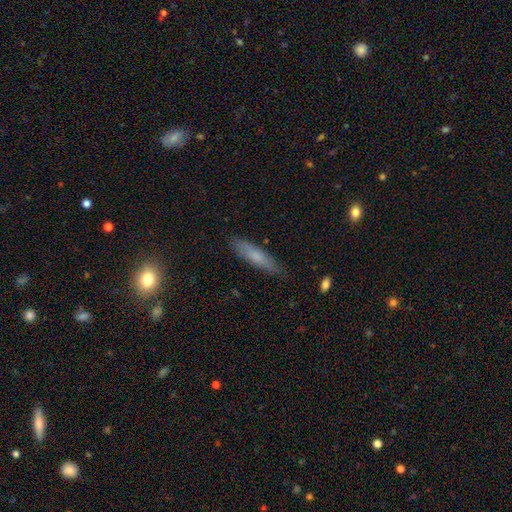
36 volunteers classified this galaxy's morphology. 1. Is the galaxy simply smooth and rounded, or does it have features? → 75% smooth, 22% featured or disk, 3% star or artifact.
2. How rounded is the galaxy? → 85% cigar-shaped, 15% in between, 0% round.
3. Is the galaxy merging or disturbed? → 83% none, 14% minor disturbance, 3% major disturbance, 0% merger.